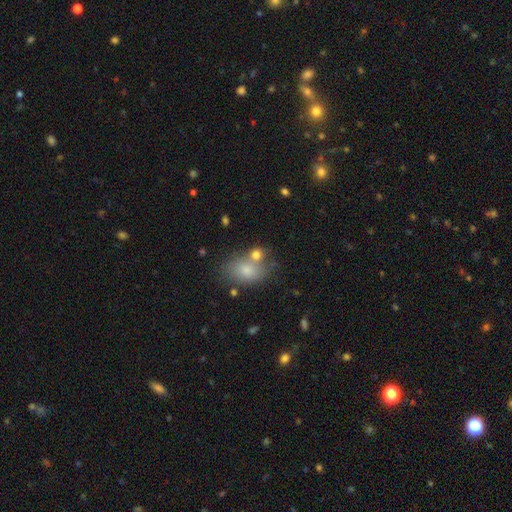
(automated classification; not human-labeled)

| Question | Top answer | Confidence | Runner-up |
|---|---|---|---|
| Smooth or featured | smooth | 49% | star or artifact (29%) |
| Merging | none | 58% | merger (20%) |